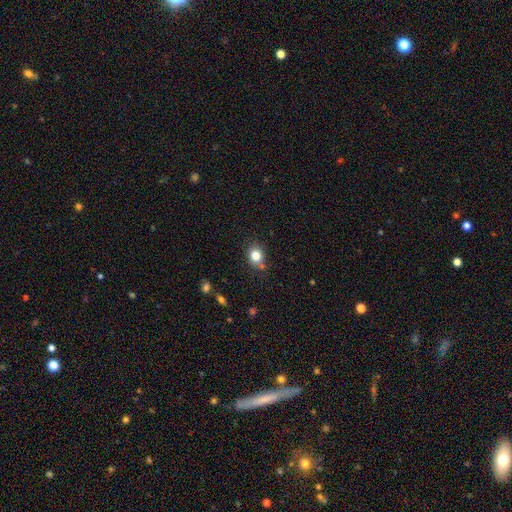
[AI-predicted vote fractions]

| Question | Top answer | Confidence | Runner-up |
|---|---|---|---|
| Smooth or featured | smooth | 81% | star or artifact (12%) |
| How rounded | round | 69% | in between (30%) |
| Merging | none | 76% | minor disturbance (15%) |